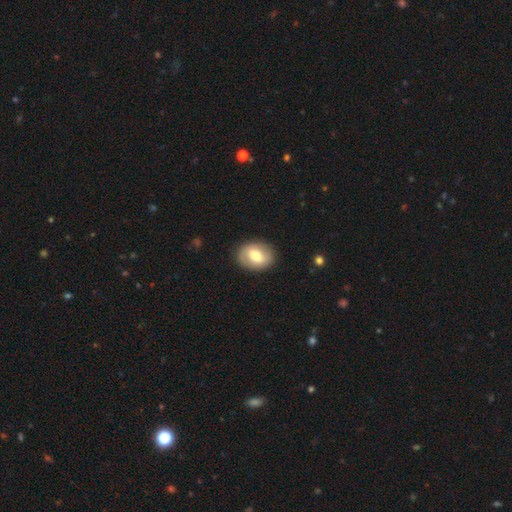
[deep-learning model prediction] This is likely a smooth galaxy (61%). How rounded: possibly in between (59%). Merging: clearly none (87%).